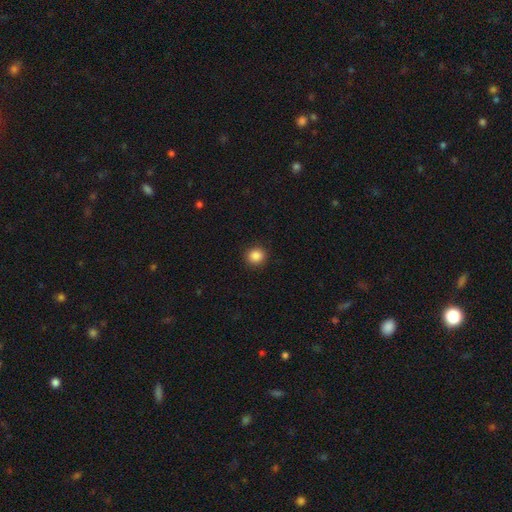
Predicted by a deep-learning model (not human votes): This is clearly a smooth galaxy (87%). How rounded: clearly round (88%). Merging: clearly none (91%).